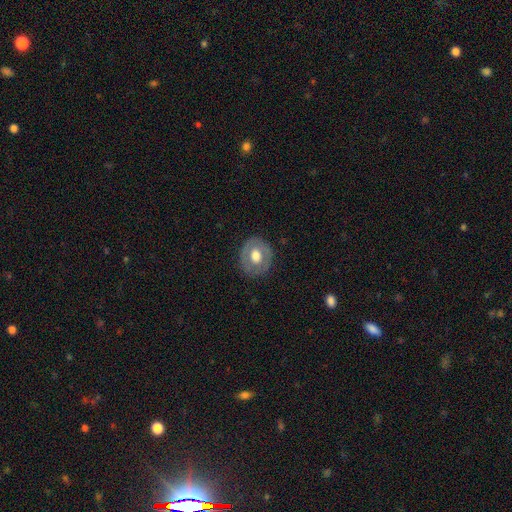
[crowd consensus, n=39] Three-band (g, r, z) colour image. It shows a smooth galaxy with no disk features (51%) that is round (80%). Merging: none (85%).